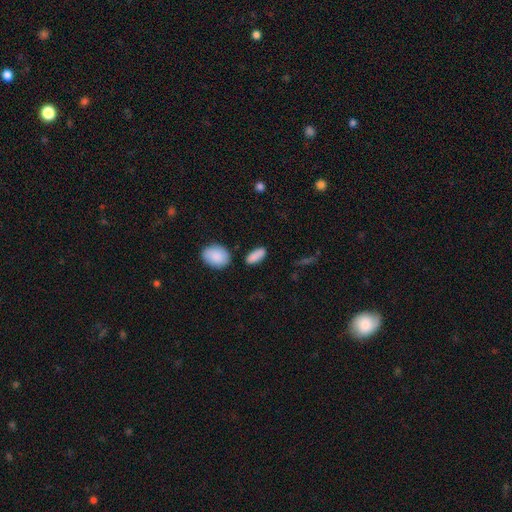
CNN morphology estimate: Q: Smooth or featured?
A: smooth (88%); runner-up: star or artifact (7%)
Q: How rounded?
A: in between (82%); runner-up: cigar-shaped (14%)
Q: Merging?
A: none (78%); runner-up: minor disturbance (12%)